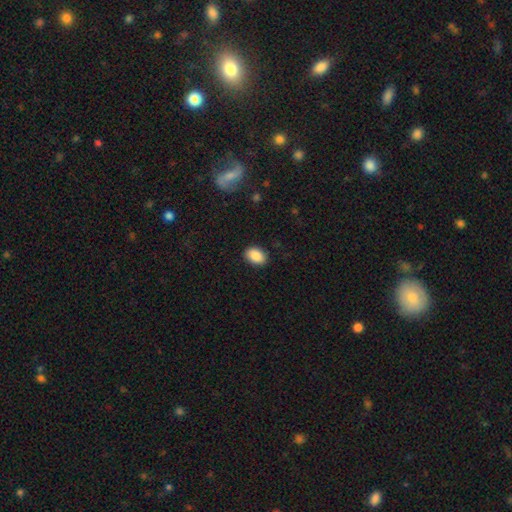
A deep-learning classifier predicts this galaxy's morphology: This is clearly a smooth galaxy (88%). How rounded: clearly in between (80%). Merging: clearly none (88%).